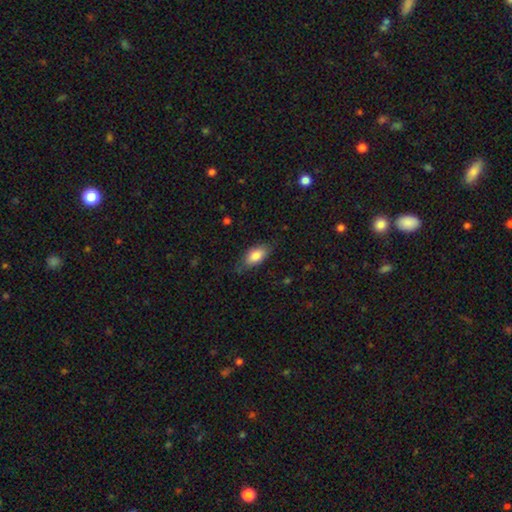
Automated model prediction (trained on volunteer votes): Smooth or featured?
  - smooth: 81% *
  - featured or disk: 13%
  - star or artifact: 7%
How rounded?
  - in between: 88% *
  - cigar-shaped: 8%
  - round: 4%
Merging?
  - none: 70% *
  - minor disturbance: 23%
  - major disturbance: 6%
  - merger: 1%